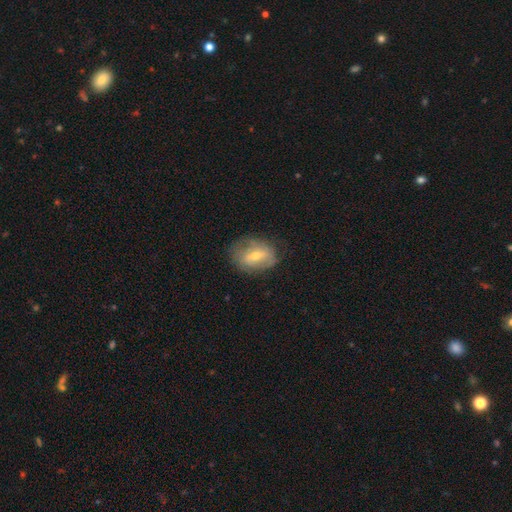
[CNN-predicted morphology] The model was most divided on "smooth or featured": featured or disk: 52%, smooth: 40%, star or artifact: 8%. More confident: edge-on disk — no (92%); merging — none (64%).